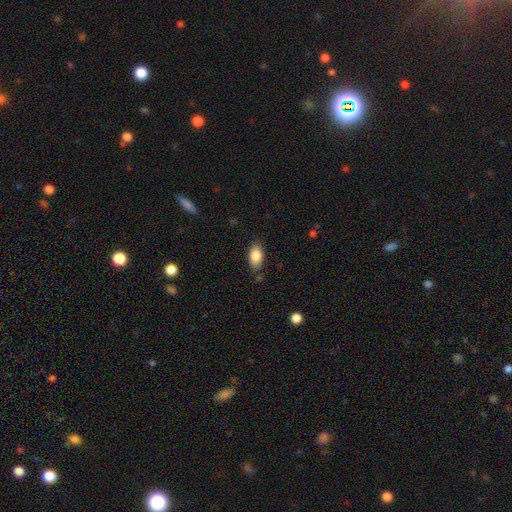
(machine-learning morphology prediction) A smooth galaxy with no disk features (85%) that is in between round and cigar-shaped (90%). Merging: none (81%).